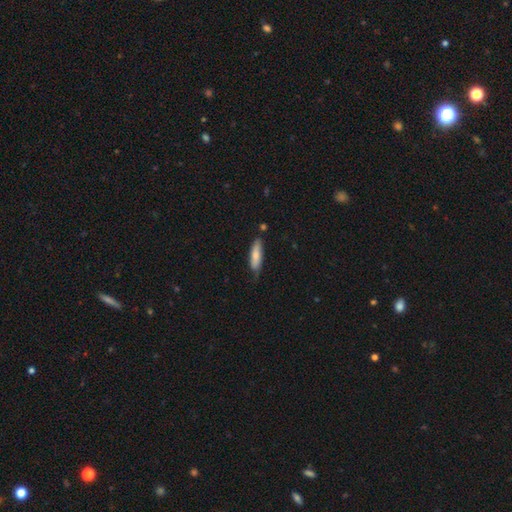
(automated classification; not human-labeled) smooth-or-featured: smooth: 76% | featured or disk: 19% | star or artifact: 6%
  how-rounded: cigar-shaped: 62% | in between: 36% | round: 2%
  merging: none: 67% | minor disturbance: 26% | major disturbance: 4% | merger: 3%